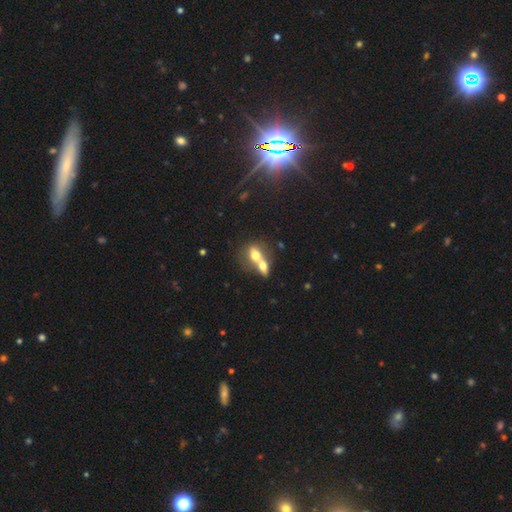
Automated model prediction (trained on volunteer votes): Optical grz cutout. It shows a smooth galaxy with no disk features (63%) that is in between round and cigar-shaped (69%). Merging: merger (71%).